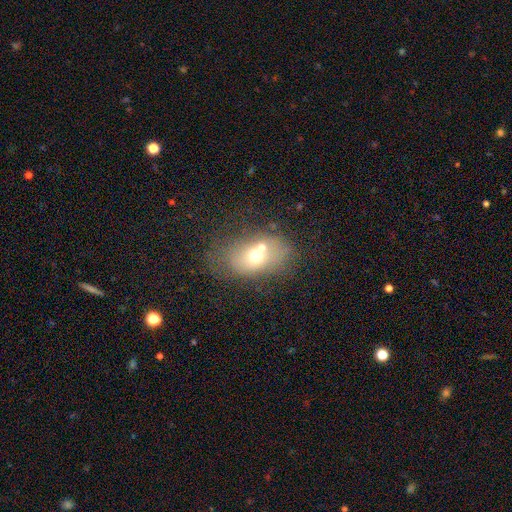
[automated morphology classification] Overall: smooth (58%; featured or disk 29%). How rounded: in between (72%). Merging: none (37%, tied with merger).